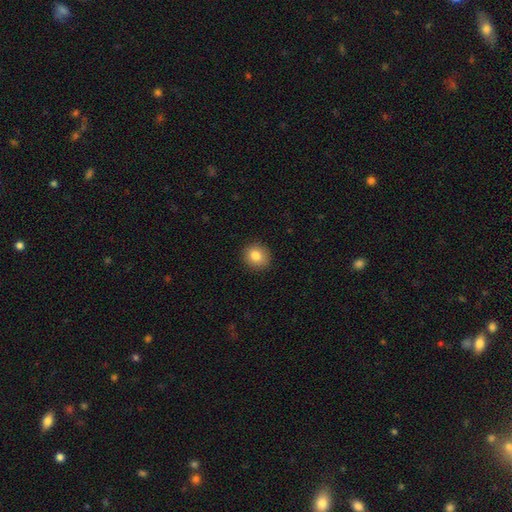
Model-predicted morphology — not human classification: A smooth galaxy with no disk features (83%) that is round (84%).

Vote fractions:
- Smooth or featured? smooth: 83% / star or artifact: 10% / featured or disk: 8%
- How rounded? round: 84% / in between: 15% / cigar-shaped: 1%
- Merging? none: 91% / minor disturbance: 7% / major disturbance: 2% / merger: 1%